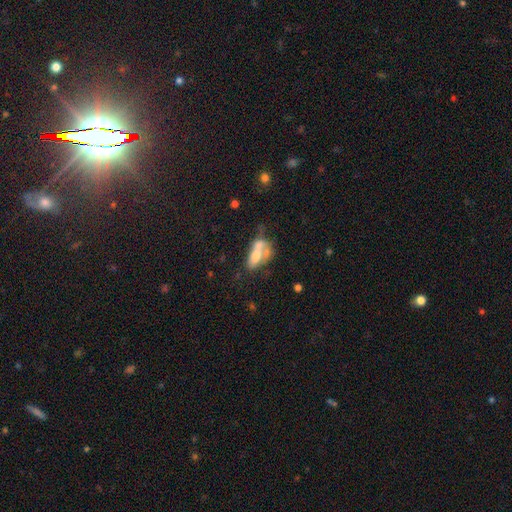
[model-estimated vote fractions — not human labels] Smooth or featured? smooth (55%)
How rounded? in between (85%)
Merging? merger (51%)